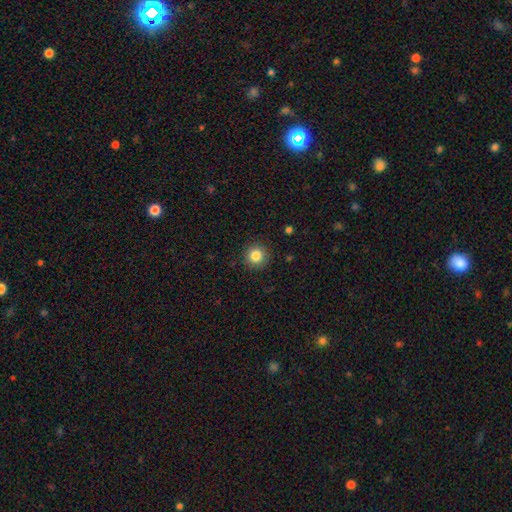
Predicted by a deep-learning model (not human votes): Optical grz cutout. It shows a smooth galaxy with no disk features (84%) that is round (94%). Merging: none (90%).